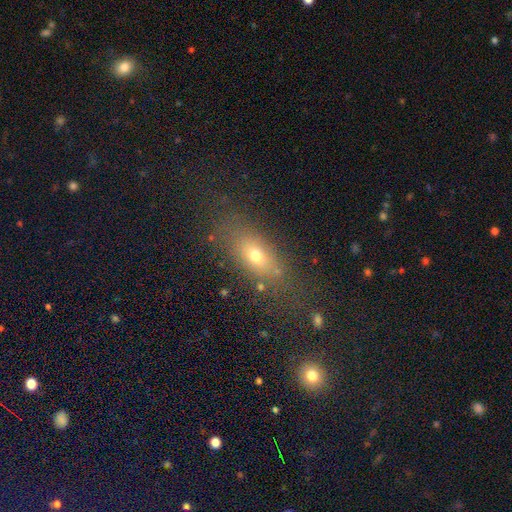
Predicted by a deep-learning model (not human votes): Overall: smooth (65%). How rounded: in between (71%). Merging: none (73%).